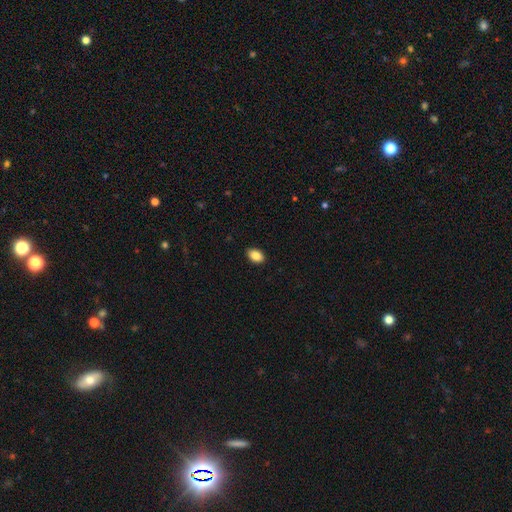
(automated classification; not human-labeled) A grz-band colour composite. It shows a smooth galaxy with no disk features (87%) that is in between round and cigar-shaped (86%). Merging: none (89%).